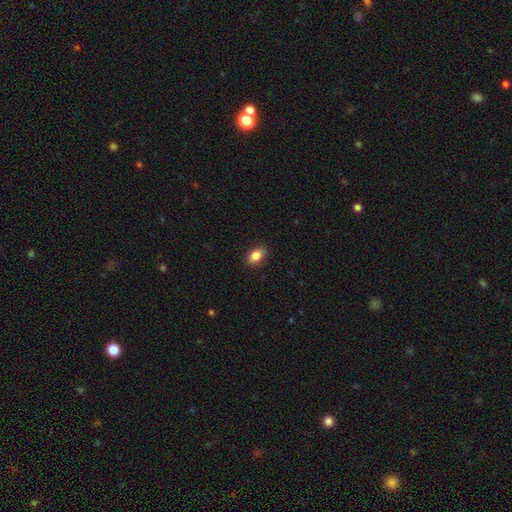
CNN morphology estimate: Smooth or featured? Predicted: smooth (p=0.84). How rounded? Predicted: in between (p=0.86). Merging? Predicted: none (p=0.87).